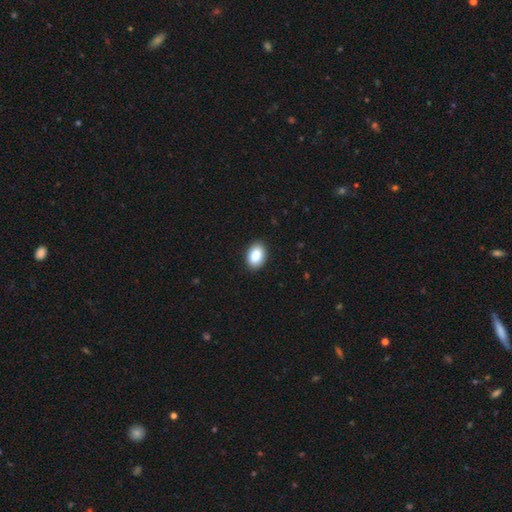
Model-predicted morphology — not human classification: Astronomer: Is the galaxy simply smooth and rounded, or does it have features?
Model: smooth — 88%.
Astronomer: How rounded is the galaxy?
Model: in between — 86%.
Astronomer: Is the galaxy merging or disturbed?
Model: none — 90%.